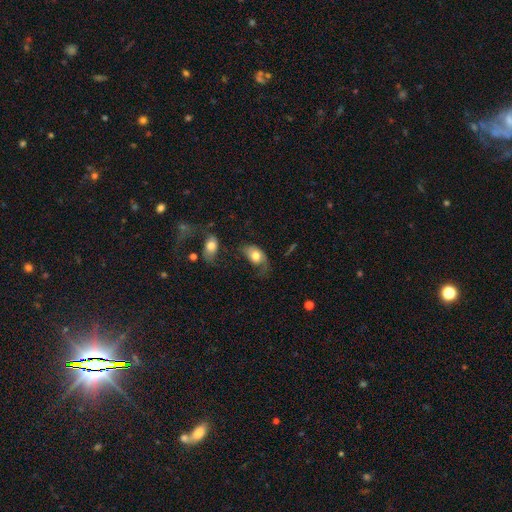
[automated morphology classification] Q: Smooth or featured?
A: smooth (66%); runner-up: featured or disk (27%)
Q: How rounded?
A: in between (83%); runner-up: round (15%)
Q: Merging?
A: major disturbance (42%); runner-up: none (26%)